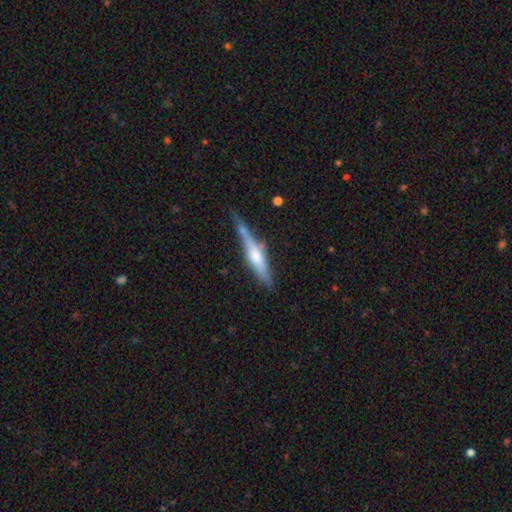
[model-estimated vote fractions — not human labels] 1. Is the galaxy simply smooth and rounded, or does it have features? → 58% featured or disk, 35% smooth, 6% star or artifact.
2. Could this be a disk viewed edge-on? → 94% yes, 6% no.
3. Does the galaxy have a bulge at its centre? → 69% rounded, 20% boxy, 11% none.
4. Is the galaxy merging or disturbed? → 65% none, 23% minor disturbance, 7% major disturbance, 5% merger.